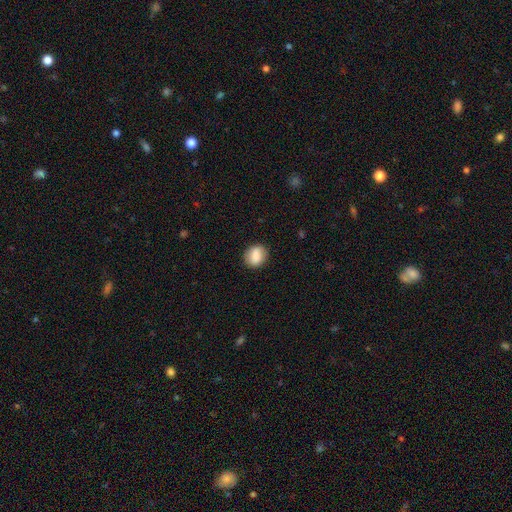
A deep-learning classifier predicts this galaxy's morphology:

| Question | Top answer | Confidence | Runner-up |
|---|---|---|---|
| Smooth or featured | smooth | 85% | star or artifact (8%) |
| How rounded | round | 52% | in between (47%) |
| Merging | none | 84% | minor disturbance (12%) |